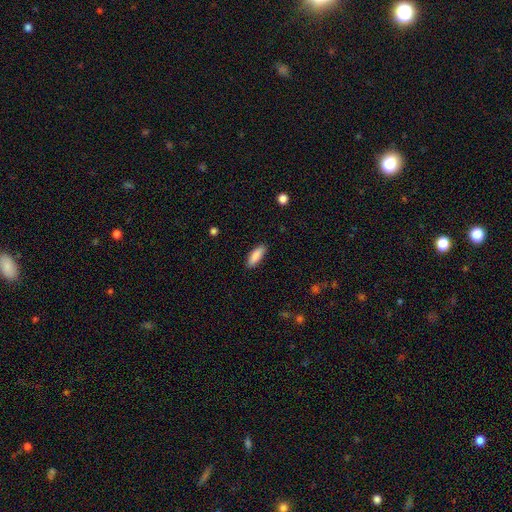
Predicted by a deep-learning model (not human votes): The model was most divided on "how rounded": in between: 59%, cigar-shaped: 39%, round: 2%. More confident: smooth or featured — smooth (88%); merging — none (88%).